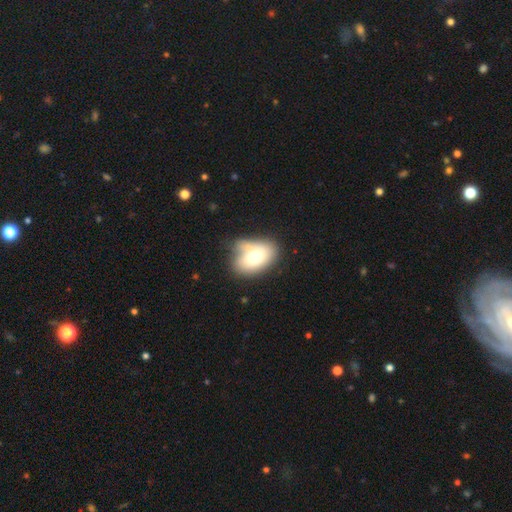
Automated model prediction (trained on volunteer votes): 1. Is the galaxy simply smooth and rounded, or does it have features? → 71% smooth, 20% featured or disk, 8% star or artifact.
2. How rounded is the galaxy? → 85% in between, 13% round, 1% cigar-shaped.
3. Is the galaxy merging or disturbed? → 47% none, 28% minor disturbance, 15% merger, 10% major disturbance.